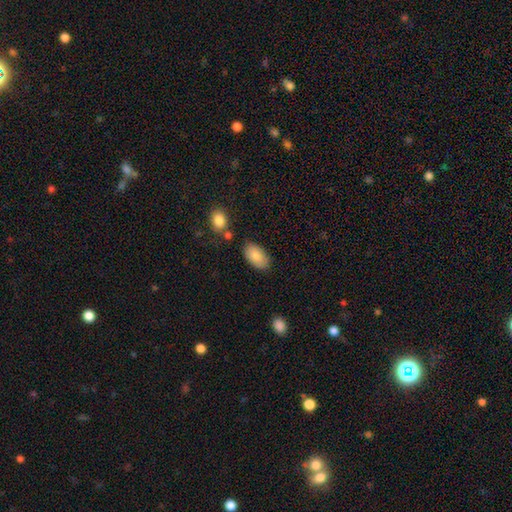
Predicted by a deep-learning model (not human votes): smooth_or_featured: smooth (p=0.87) [alt: featured or disk p=0.07]
how_rounded: in between (p=0.94) [alt: round p=0.03]
merging: none (p=0.79) [alt: minor disturbance p=0.13]